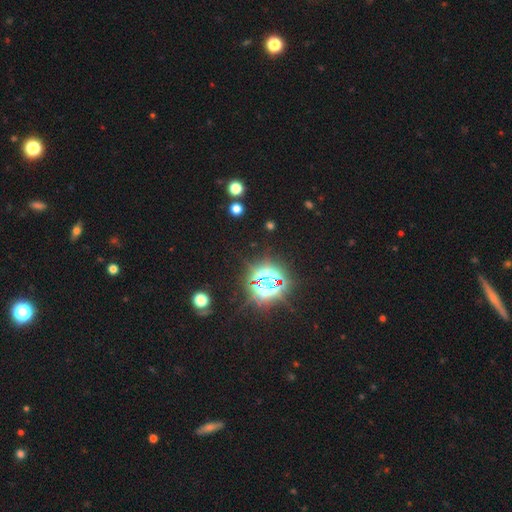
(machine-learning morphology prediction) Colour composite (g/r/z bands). It shows a star or artifact, not a galaxy (76%).